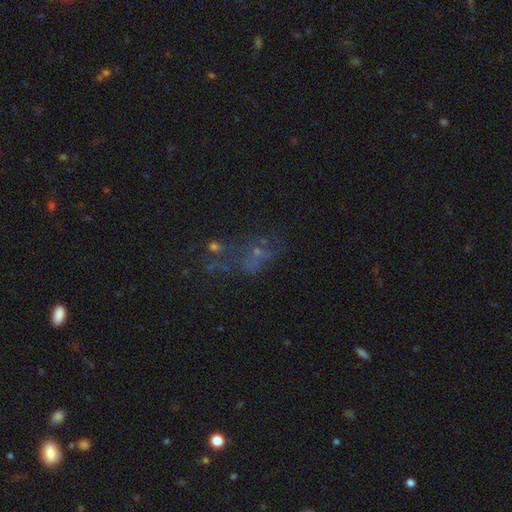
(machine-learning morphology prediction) star or artifact 35%, featured or disk 34%, smooth 31%.